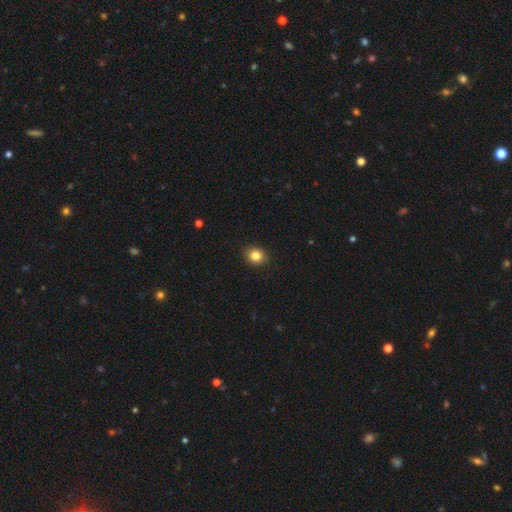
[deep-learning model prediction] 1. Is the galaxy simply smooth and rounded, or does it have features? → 85% smooth, 10% star or artifact, 5% featured or disk.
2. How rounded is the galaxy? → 67% round, 32% in between, 1% cigar-shaped.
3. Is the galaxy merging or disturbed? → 90% none, 7% minor disturbance, 2% major disturbance, 1% merger.